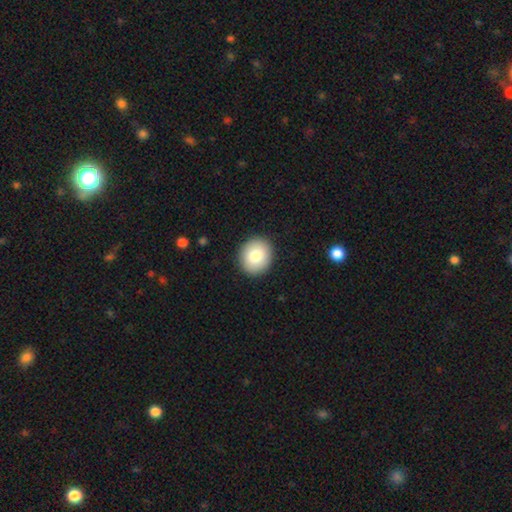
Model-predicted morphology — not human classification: A smooth galaxy with no disk features (82%) that is round (75%).

Vote fractions:
- Smooth or featured? smooth: 82% / featured or disk: 10% / star or artifact: 7%
- How rounded? round: 75% / in between: 24% / cigar-shaped: 1%
- Merging? none: 91% / minor disturbance: 6% / major disturbance: 2% / merger: 1%